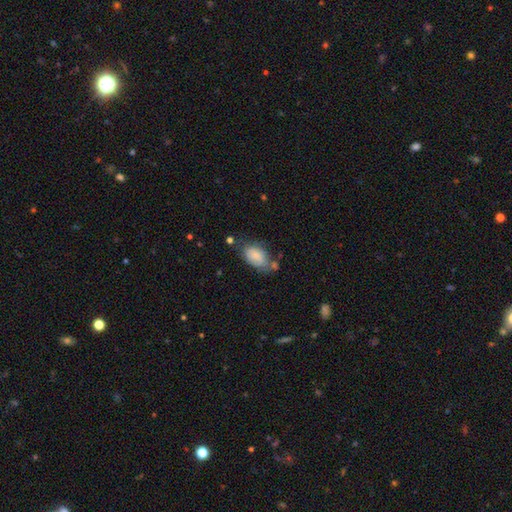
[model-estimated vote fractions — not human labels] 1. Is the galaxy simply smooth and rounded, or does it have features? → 81% smooth, 12% featured or disk, 7% star or artifact.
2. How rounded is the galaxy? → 92% in between, 6% round, 2% cigar-shaped.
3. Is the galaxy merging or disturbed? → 48% none, 31% minor disturbance, 11% major disturbance, 11% merger.